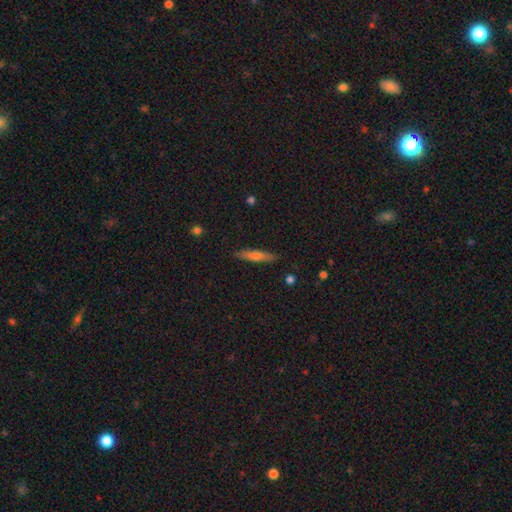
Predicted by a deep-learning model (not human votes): Q: Smooth or featured?
A: smooth (56%); runner-up: featured or disk (36%)
Q: How rounded?
A: cigar-shaped (89%); runner-up: in between (9%)
Q: Merging?
A: none (89%); runner-up: minor disturbance (8%)